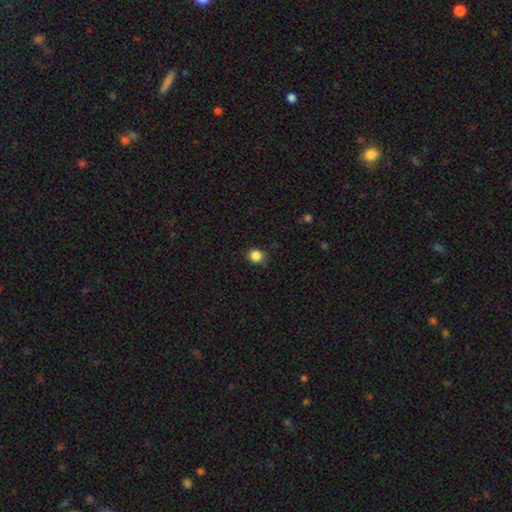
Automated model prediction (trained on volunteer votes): The model was most divided on "how rounded": round: 84%, in between: 15%, cigar-shaped: 1%. More confident: smooth or featured — smooth (86%); merging — none (84%).